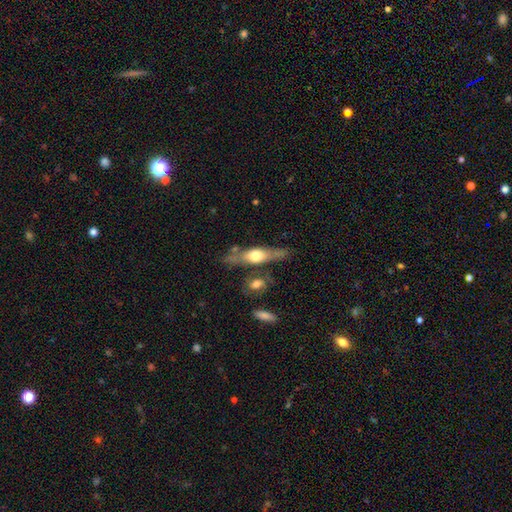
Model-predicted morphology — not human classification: featured or disk 55%, smooth 39%, star or artifact 6%. Down the decision tree: edge-on disk — yes (84%); merging — none (69%).